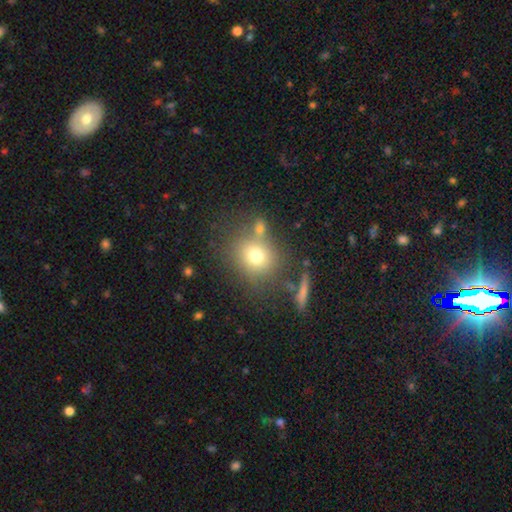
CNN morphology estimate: smooth 73%, star or artifact 14%, featured or disk 14%. Down the decision tree: how rounded — round (79%); merging — none (69%).